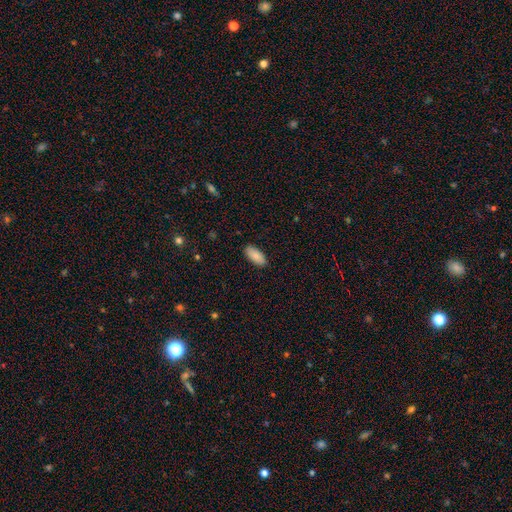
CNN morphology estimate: Smooth or featured?
  - smooth: 87% *
  - featured or disk: 6%
  - star or artifact: 6%
How rounded?
  - in between: 89% *
  - cigar-shaped: 9%
  - round: 2%
Merging?
  - none: 89% *
  - minor disturbance: 8%
  - major disturbance: 2%
  - merger: 1%